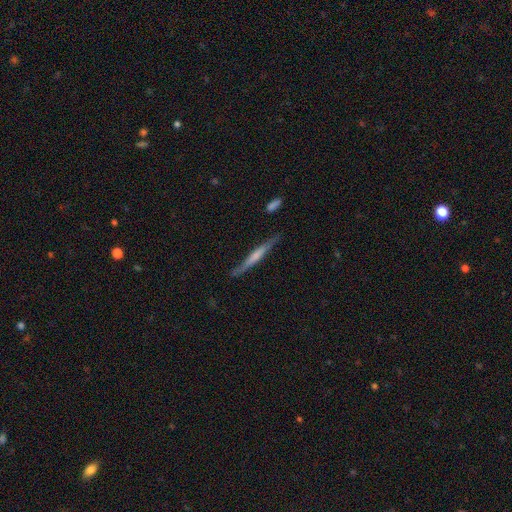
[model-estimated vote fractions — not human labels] smooth-or-featured: featured or disk: 54% | smooth: 41% | star or artifact: 6%
  disk-edge-on: yes: 93% | no: 7%
  merging: none: 75% | minor disturbance: 18% | major disturbance: 4% | merger: 3%